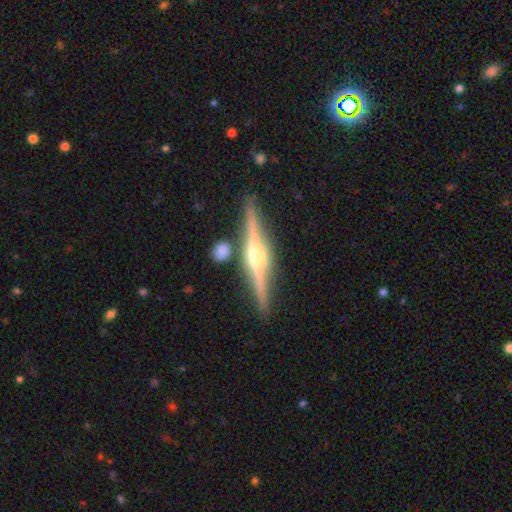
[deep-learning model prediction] Q: Smooth or featured?
A: featured or disk (83%); runner-up: smooth (11%)
Q: Edge-on disk?
A: yes (98%); runner-up: no (2%)
Q: Edge-on bulge?
A: rounded (90%); runner-up: boxy (6%)
Q: Merging?
A: none (85%); runner-up: minor disturbance (8%)